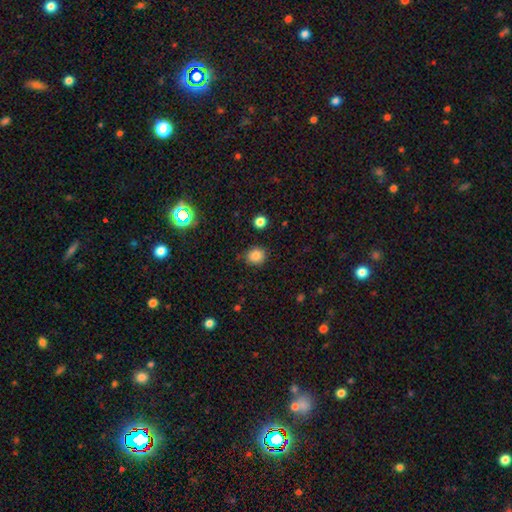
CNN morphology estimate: smooth 84%, star or artifact 12%, featured or disk 4%. Down the decision tree: how rounded — round (84%); merging — none (86%).